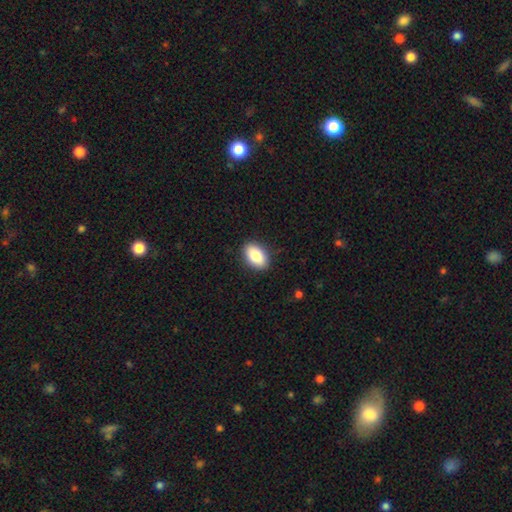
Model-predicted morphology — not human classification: A smooth galaxy with no disk features (86%) that is in between round and cigar-shaped (91%). Merging: none (88%).